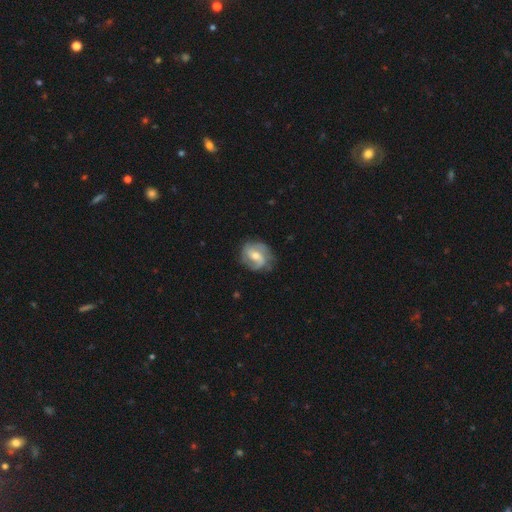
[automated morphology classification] A featured or disk galaxy (76%) with a weak bar (45%), 2 (64%) medium (45%) spiral arms (91%) and a moderate central bulge (63%).

Vote fractions:
- Smooth or featured? featured or disk: 76% / smooth: 18% / star or artifact: 6%
- Edge-on disk? no: 97% / yes: 3%
- Bar? weak: 45% / no: 35% / strong: 20%
- Spiral arms? yes: 91% / no: 9%
- Spiral winding? medium: 45% / tight: 31% / loose: 24%
- Spiral arm count? 2: 64% / can't tell: 14% / 3: 13% / 1: 5% / 4: 2% / more than 4: 2%
- Bulge size? moderate: 63% / small: 31% / large: 3% / none: 1% / dominant: 1%
- Merging? none: 72% / minor disturbance: 19% / major disturbance: 8% / merger: 1%